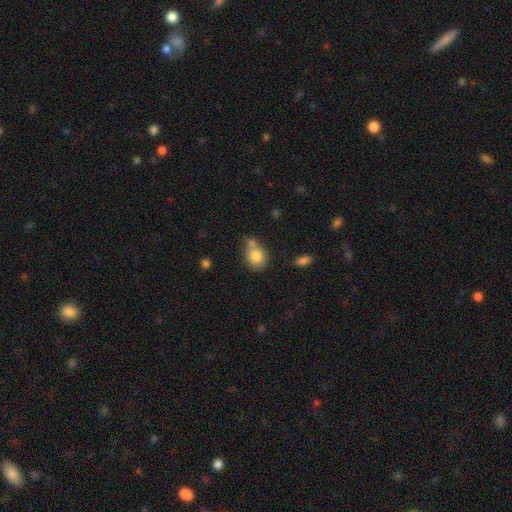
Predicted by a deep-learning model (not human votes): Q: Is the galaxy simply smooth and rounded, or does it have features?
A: smooth — 80%.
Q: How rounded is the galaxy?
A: round — 65%.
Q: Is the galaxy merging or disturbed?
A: none — 46%.